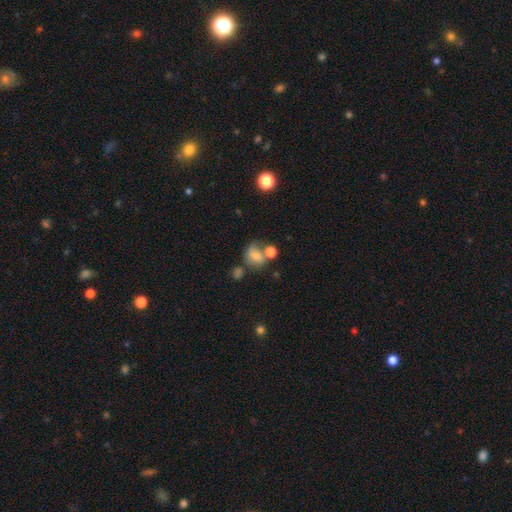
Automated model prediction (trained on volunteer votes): smooth 61%, featured or disk 26%, star or artifact 13%. Down the decision tree: how rounded — in between (52%); merging — none (39%).